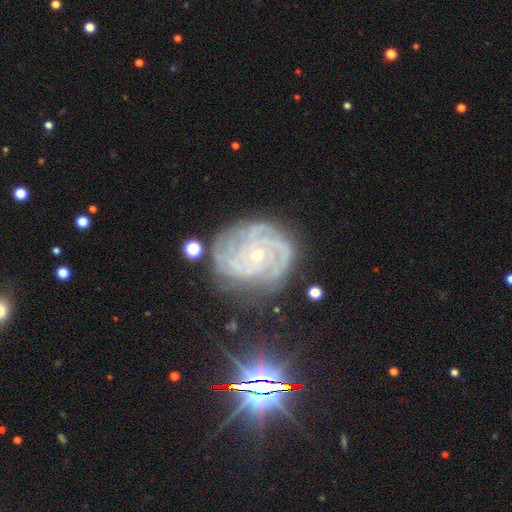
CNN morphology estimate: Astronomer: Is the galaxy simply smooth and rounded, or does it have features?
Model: featured or disk — 86%.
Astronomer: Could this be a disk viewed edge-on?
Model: no — 98%.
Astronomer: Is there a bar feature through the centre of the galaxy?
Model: no — 79%.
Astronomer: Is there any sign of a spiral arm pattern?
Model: yes — 98%.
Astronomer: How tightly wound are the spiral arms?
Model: tight — 77%.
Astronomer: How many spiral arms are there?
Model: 3 — 25%, tied with 4 at 25%.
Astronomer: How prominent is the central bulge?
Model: small — 81%.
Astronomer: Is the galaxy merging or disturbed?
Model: none — 74%.